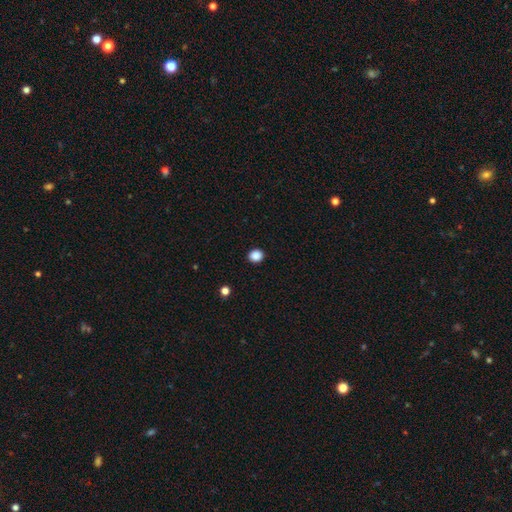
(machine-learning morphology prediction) This is clearly a smooth galaxy (88%). How rounded: likely round (79%). Merging: clearly none (92%).